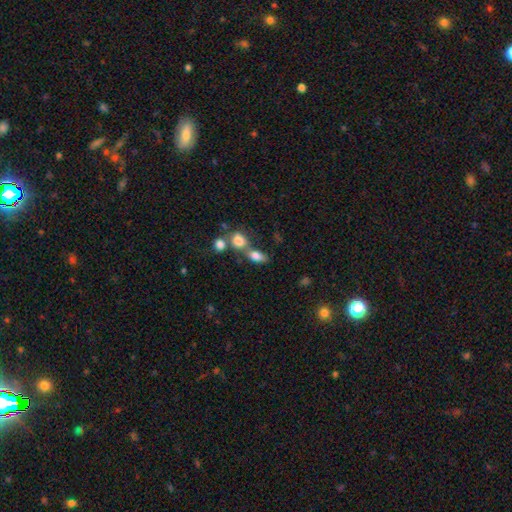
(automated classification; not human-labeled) smooth-or-featured: smooth: 79% | star or artifact: 11% | featured or disk: 10%
  how-rounded: in between: 78% | round: 17% | cigar-shaped: 5%
  merging: merger: 45% | none: 38% | minor disturbance: 11% | major disturbance: 6%